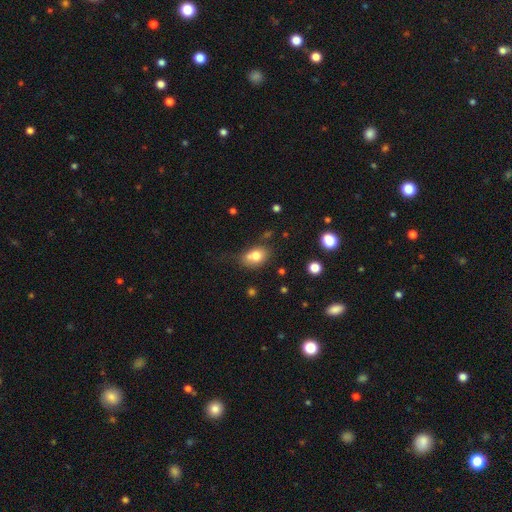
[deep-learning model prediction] Q: Smooth or featured?
A: smooth (77%); runner-up: featured or disk (13%)
Q: How rounded?
A: in between (72%); runner-up: round (27%)
Q: Merging?
A: none (53%); runner-up: minor disturbance (23%)